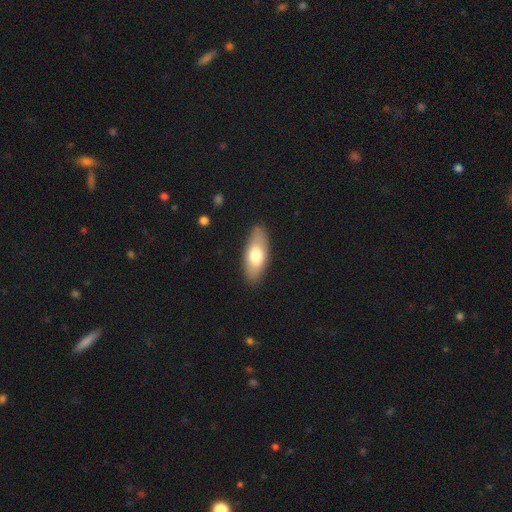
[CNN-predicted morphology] This appears to be a smooth galaxy with no disk features (70%) that is in between round and cigar-shaped (81%). Merging: none (86%).